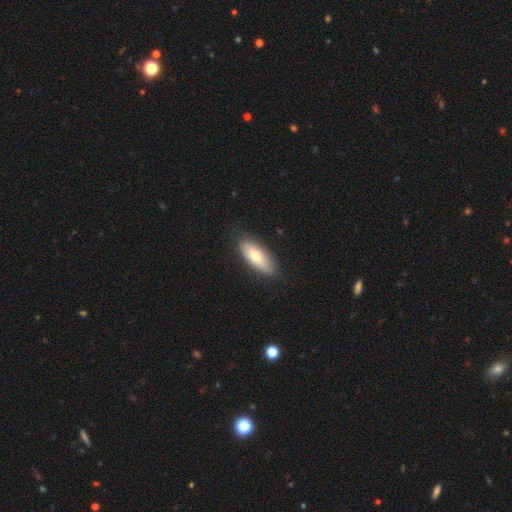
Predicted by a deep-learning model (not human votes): This appears to be a smooth galaxy with no disk features (71%) that is in between round and cigar-shaped (75%). Merging: none (85%).